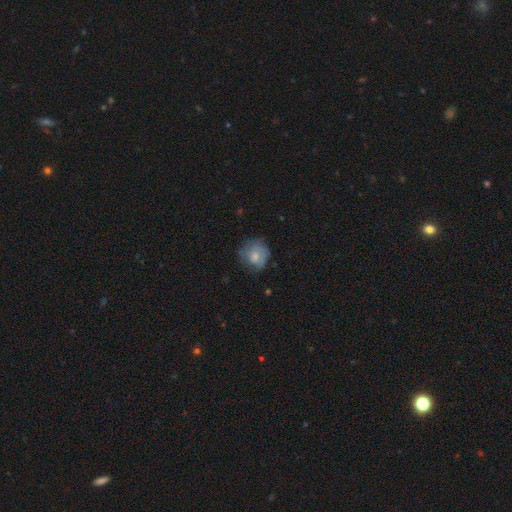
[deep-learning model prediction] smooth-or-featured: smooth: 68% | featured or disk: 24% | star or artifact: 9%
  how-rounded: round: 82% | in between: 17% | cigar-shaped: 1%
  merging: none: 62% | minor disturbance: 25% | major disturbance: 11% | merger: 1%